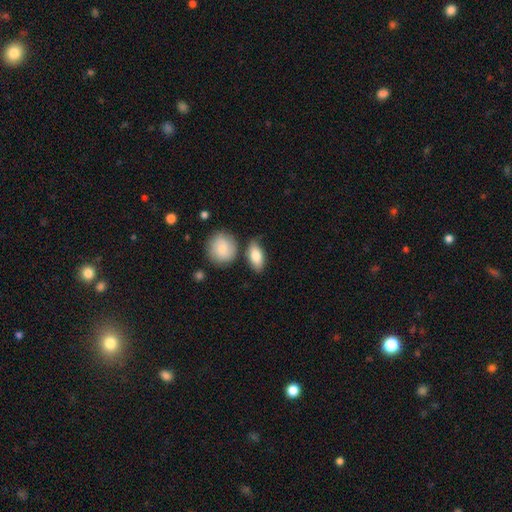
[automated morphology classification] Smooth or featured? Predicted: smooth (p=0.81). How rounded? Predicted: in between (p=0.86). Merging? Predicted: none (p=0.70).